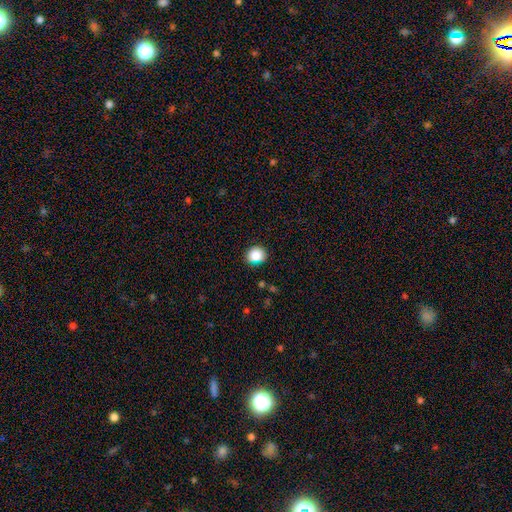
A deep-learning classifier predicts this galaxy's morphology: Smooth or featured? Predicted: smooth (p=0.86). How rounded? Predicted: round (p=0.78). Merging? Predicted: none (p=0.81).